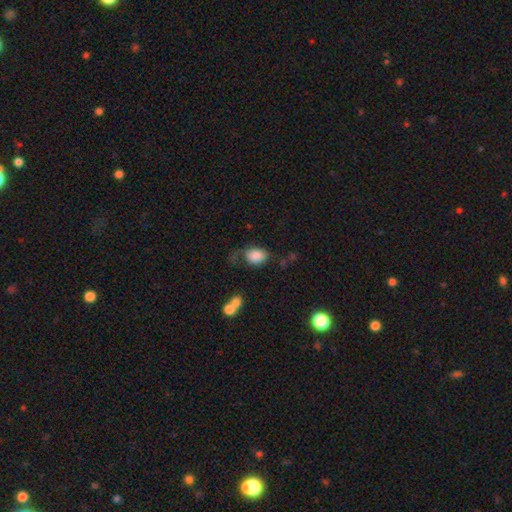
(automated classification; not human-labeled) Smooth or featured: smooth — 82% (featured or disk — 10%)
How rounded: in between — 72% (round — 26%)
Merging: none — 41% (minor disturbance — 27%)